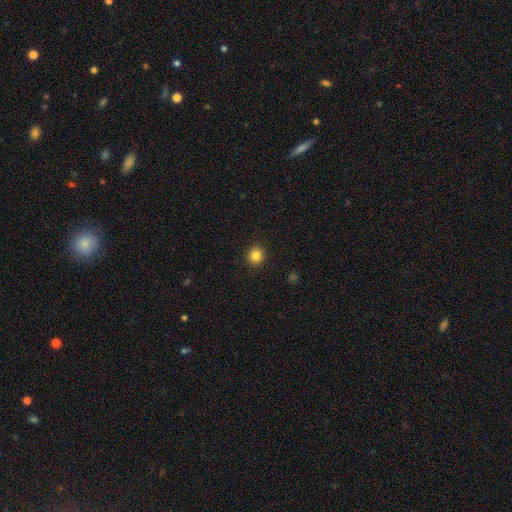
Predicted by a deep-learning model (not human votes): Overall: smooth (83%). How rounded: round (90%). Merging: none (92%).